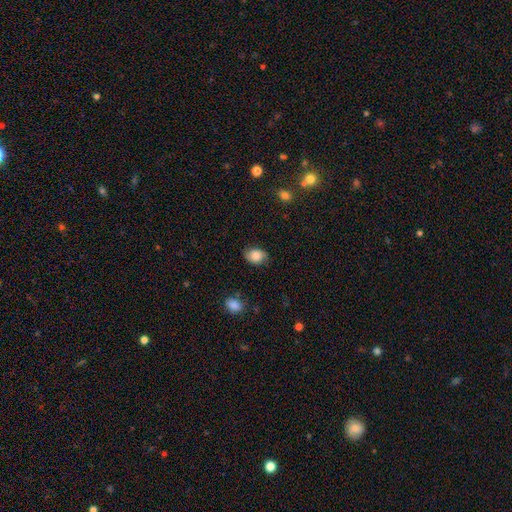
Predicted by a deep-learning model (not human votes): Smooth or featured? Predicted: smooth (p=0.80). How rounded? Predicted: in between (p=0.71). Merging? Predicted: none (p=0.76).